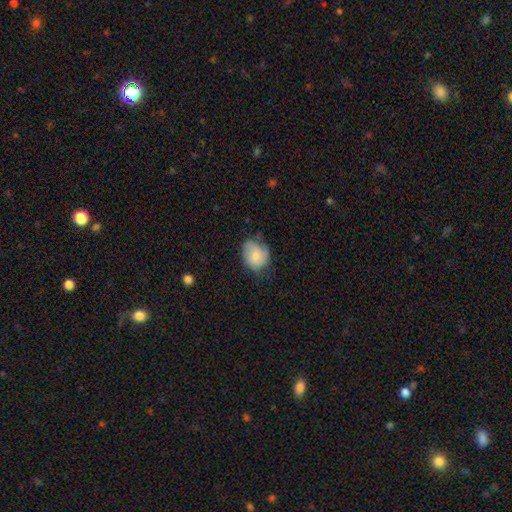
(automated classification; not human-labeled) smooth 75%, featured or disk 18%, star or artifact 7%. Down the decision tree: how rounded — round (57%); merging — none (53%).